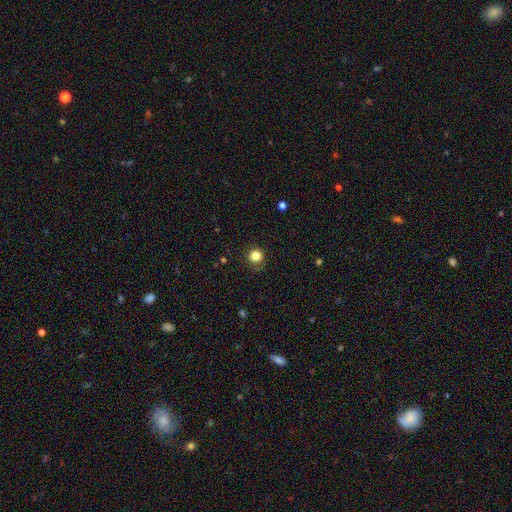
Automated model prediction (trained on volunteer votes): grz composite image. It shows a smooth galaxy with no disk features (82%) that is round (93%). Merging: none (82%).